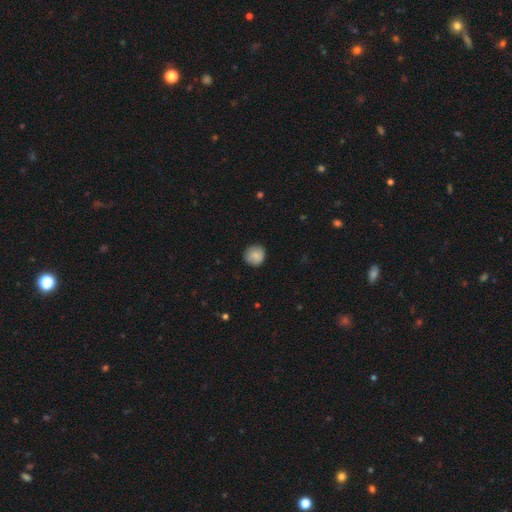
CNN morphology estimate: Smooth or featured? Predicted: smooth (p=0.85). How rounded? Predicted: round (p=0.92). Merging? Predicted: none (p=0.87).